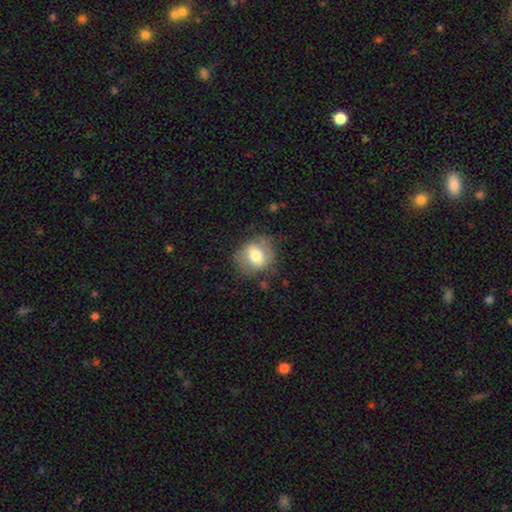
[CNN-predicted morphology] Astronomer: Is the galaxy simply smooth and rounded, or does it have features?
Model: smooth — 60%.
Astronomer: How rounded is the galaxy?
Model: round — 64%.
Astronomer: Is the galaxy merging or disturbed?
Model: none — 69%.